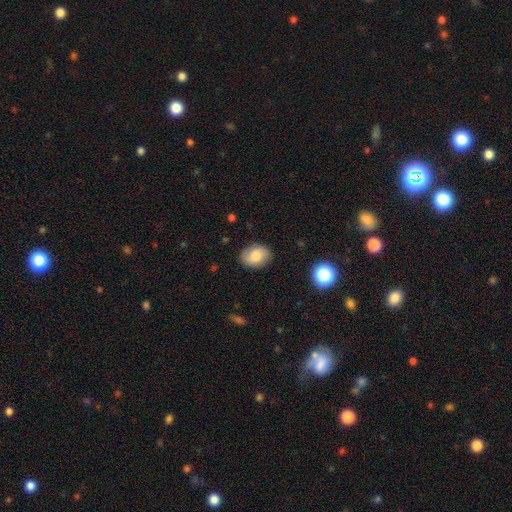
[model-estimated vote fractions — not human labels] Smooth or featured?
  - smooth: 70% *
  - featured or disk: 22%
  - star or artifact: 9%
How rounded?
  - in between: 68% *
  - round: 31%
  - cigar-shaped: 1%
Merging?
  - none: 83% *
  - minor disturbance: 13%
  - major disturbance: 3%
  - merger: 1%